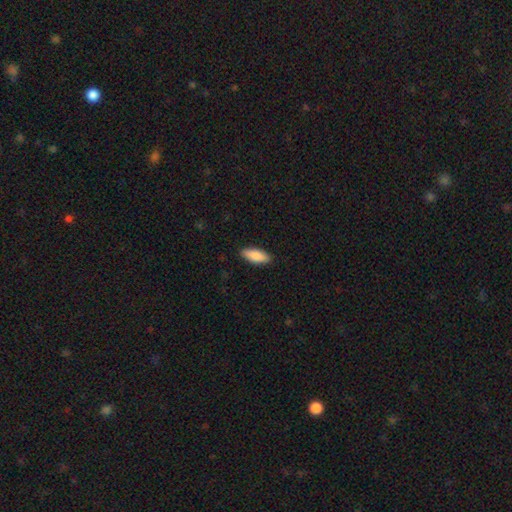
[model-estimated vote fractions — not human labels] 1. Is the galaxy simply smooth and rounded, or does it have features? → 87% smooth, 7% featured or disk, 6% star or artifact.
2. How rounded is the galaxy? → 76% in between, 22% cigar-shaped, 2% round.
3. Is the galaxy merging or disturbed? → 89% none, 8% minor disturbance, 2% major disturbance, 1% merger.